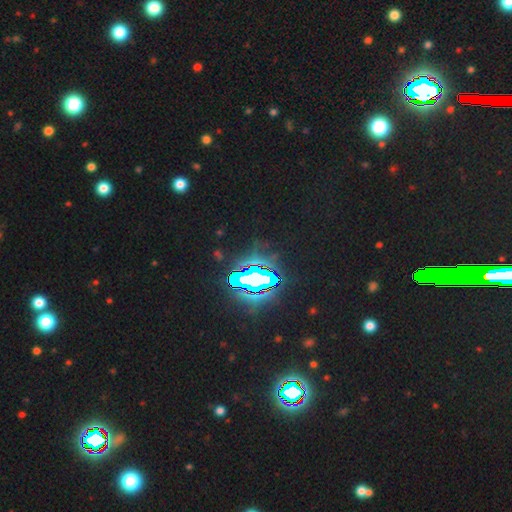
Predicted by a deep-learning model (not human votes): Overall: star or artifact (78%).